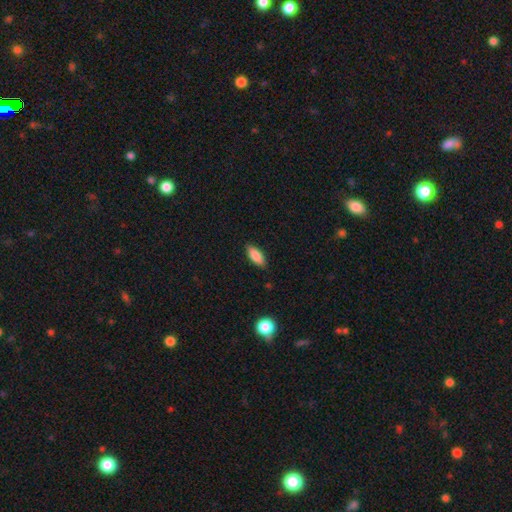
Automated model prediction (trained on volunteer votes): The model was most divided on "how rounded": in between: 79%, cigar-shaped: 19%, round: 2%. More confident: merging — none (85%); smooth or featured — smooth (84%).